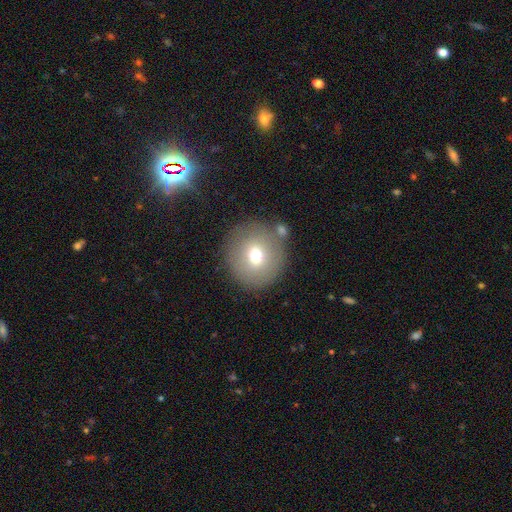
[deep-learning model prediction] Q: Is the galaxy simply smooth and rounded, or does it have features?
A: smooth — 68%.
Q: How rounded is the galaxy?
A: round — 92%.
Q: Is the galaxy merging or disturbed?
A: none — 78%.